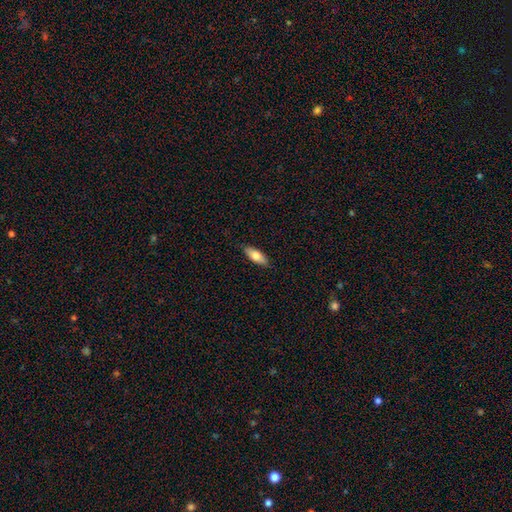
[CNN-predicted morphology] Overall: smooth (75%). How rounded: in between (72%). Merging: none (87%).